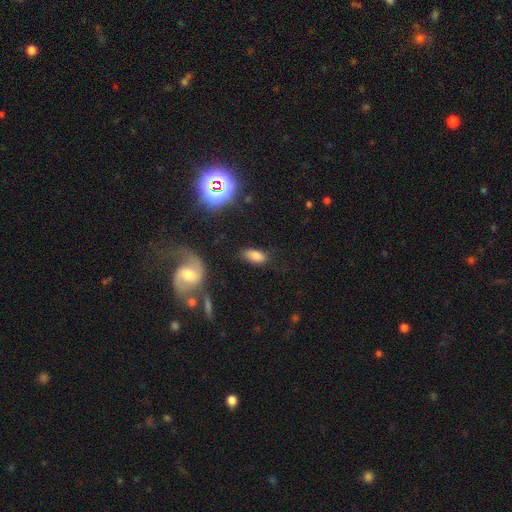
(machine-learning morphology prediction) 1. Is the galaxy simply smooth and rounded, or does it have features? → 75% smooth, 14% star or artifact, 11% featured or disk.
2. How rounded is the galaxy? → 89% in between, 6% cigar-shaped, 5% round.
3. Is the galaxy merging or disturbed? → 70% none, 20% minor disturbance, 7% major disturbance, 4% merger.